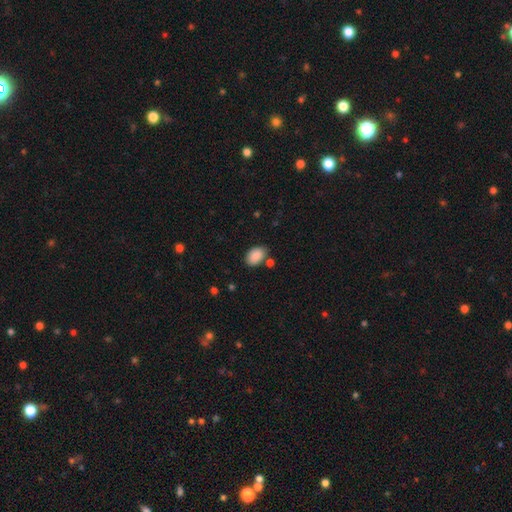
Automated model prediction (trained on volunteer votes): Q: Smooth or featured?
A: smooth (89%); runner-up: star or artifact (7%)
Q: How rounded?
A: in between (87%); runner-up: round (12%)
Q: Merging?
A: none (74%); runner-up: minor disturbance (14%)